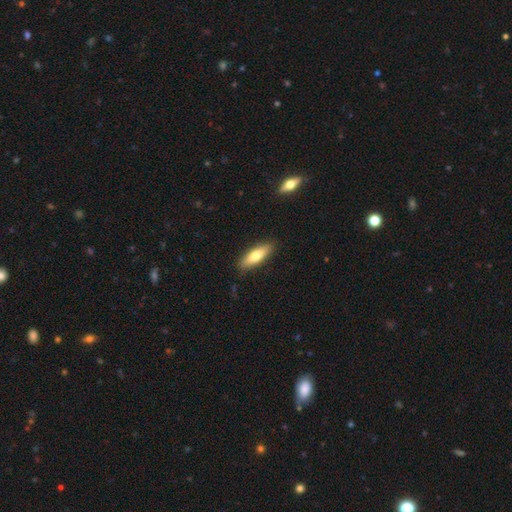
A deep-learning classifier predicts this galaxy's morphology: Overall: smooth (70%). How rounded: in between (49%, tied with cigar-shaped). Merging: none (88%).